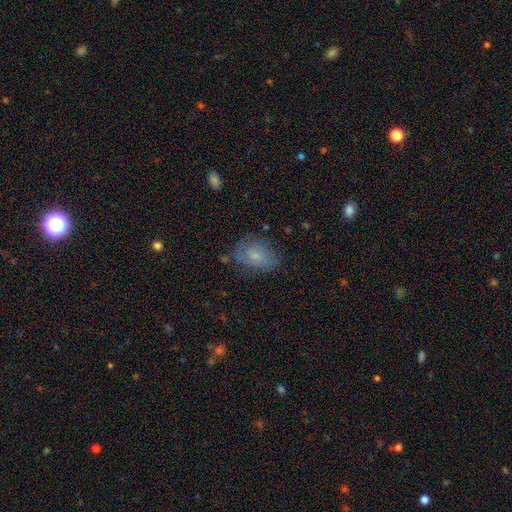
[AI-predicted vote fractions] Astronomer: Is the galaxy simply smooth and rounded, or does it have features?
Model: smooth — 55% (runner-up: featured or disk, 35%).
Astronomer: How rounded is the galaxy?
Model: in between — 80%.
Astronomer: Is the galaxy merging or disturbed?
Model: none — 64%.